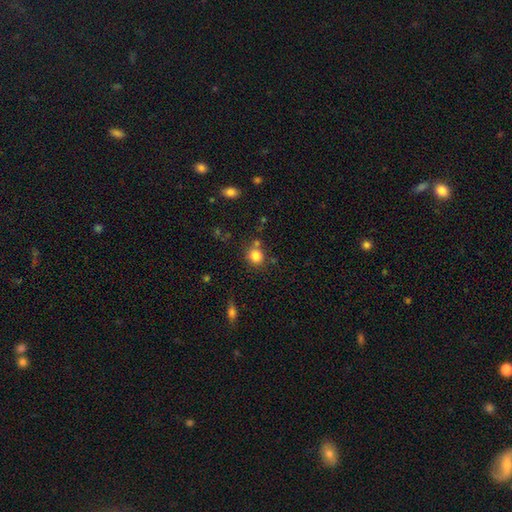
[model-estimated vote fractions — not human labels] Morphology: type=smooth (83%); roundness=round (82%); merging=none (70%).